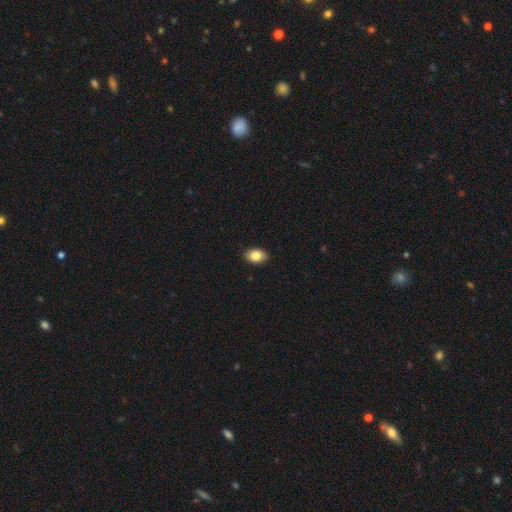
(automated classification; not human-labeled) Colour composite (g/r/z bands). It shows a smooth galaxy with no disk features (85%) that is in between round and cigar-shaped (85%). Merging: none (90%).